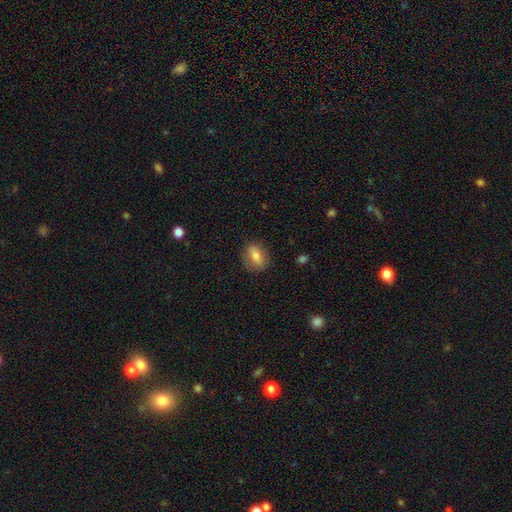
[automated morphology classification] A smooth galaxy with no disk features (69%) that is in between round and cigar-shaped (68%).

Vote fractions:
- Smooth or featured? smooth: 69% / featured or disk: 23% / star or artifact: 8%
- How rounded? in between: 68% / round: 25% / cigar-shaped: 7%
- Merging? none: 81% / minor disturbance: 14% / major disturbance: 4% / merger: 1%